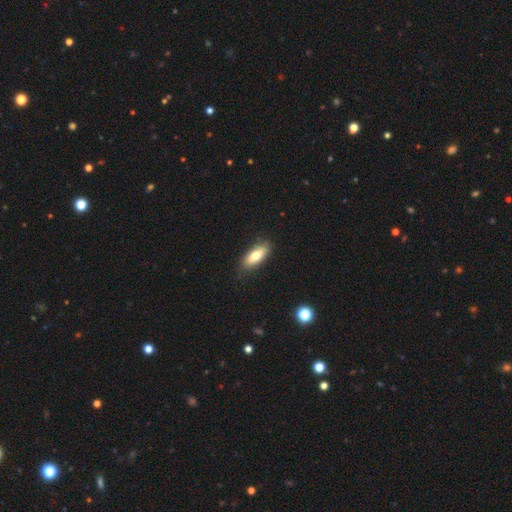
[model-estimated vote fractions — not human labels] Morphology: type=smooth (75%); roundness=in between (69%); merging=none (84%).